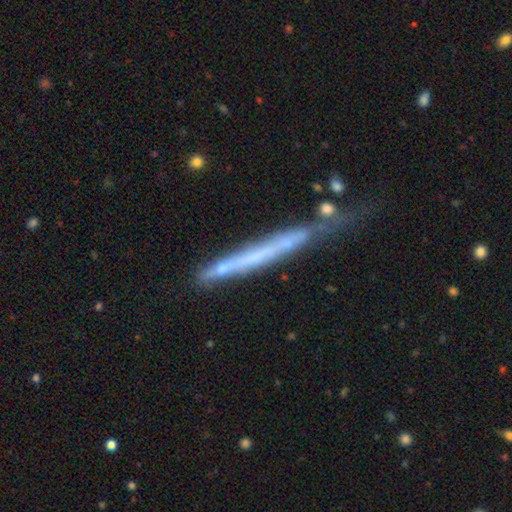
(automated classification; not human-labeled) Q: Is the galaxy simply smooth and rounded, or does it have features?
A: featured or disk — 53%.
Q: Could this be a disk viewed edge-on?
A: yes — 91%.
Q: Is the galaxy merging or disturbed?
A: none — 57%.